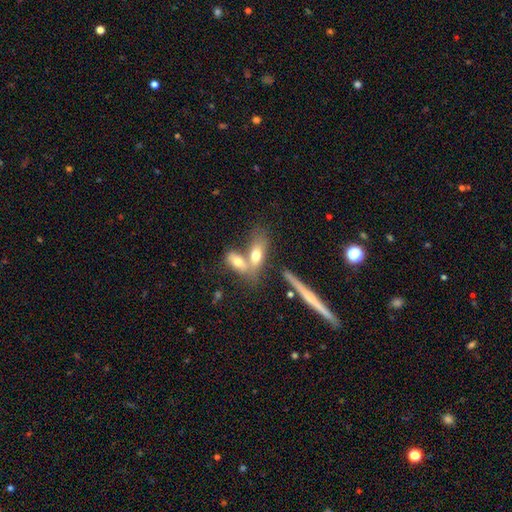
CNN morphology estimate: This appears to be a smooth galaxy with no disk features (65%) that is in between round and cigar-shaped (68%). Merging: merger (51%).